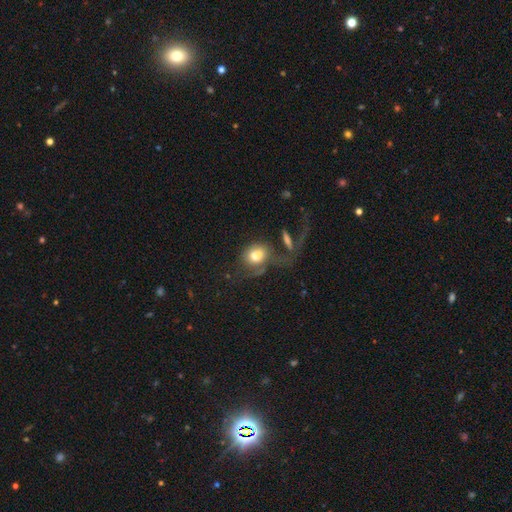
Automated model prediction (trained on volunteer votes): smooth_or_featured: smooth (p=0.73) [alt: featured or disk p=0.18]
how_rounded: in between (p=0.51) [alt: round p=0.47]
merging: none (p=0.30) [alt: major disturbance p=0.28]